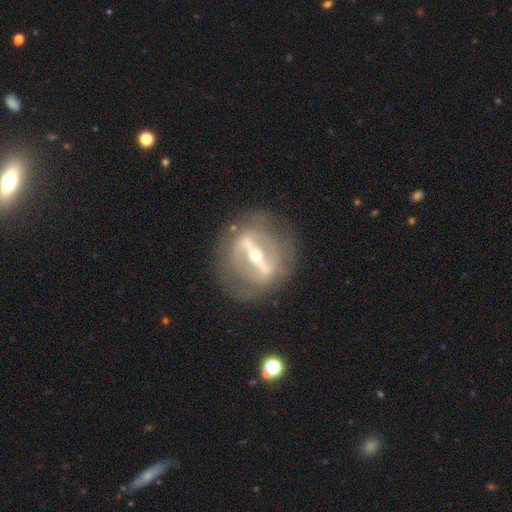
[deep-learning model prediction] Morphology: type=featured or disk (86%); edge-on=no (76%); bar=strong (87%); spiral arms=no (60%); bulge=moderate (53%); merging=none (78%).